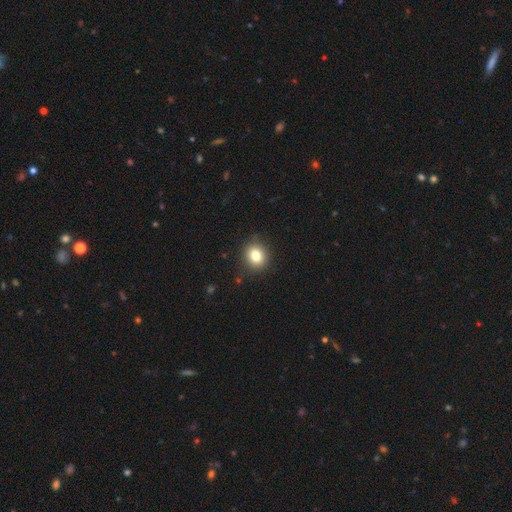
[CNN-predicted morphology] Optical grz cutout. It shows a smooth galaxy with no disk features (81%) that is round (73%). Merging: none (87%).